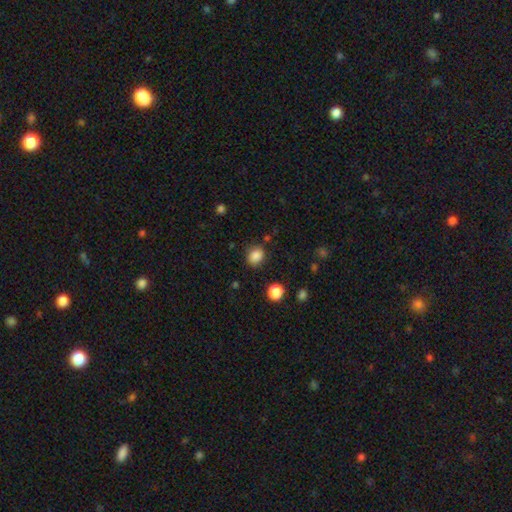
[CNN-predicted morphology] This appears to be a smooth galaxy with no disk features (85%) that is round (65%). Merging: none (81%).